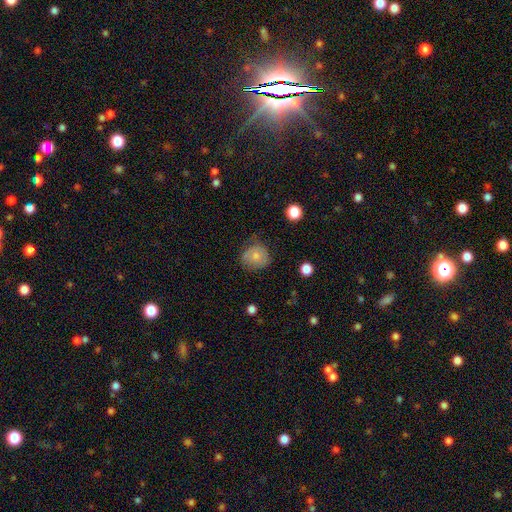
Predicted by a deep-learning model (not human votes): smooth 69%, featured or disk 22%, star or artifact 9%. Down the decision tree: how rounded — round (80%); merging — none (59%).